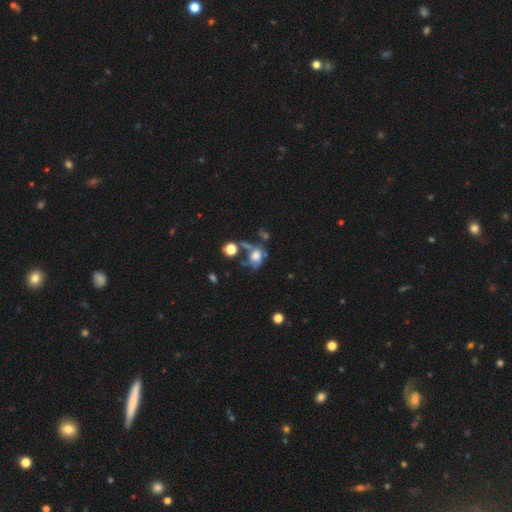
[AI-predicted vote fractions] Smooth or featured? smooth (60%)
How rounded? in between (62%)
Merging? none (28%)